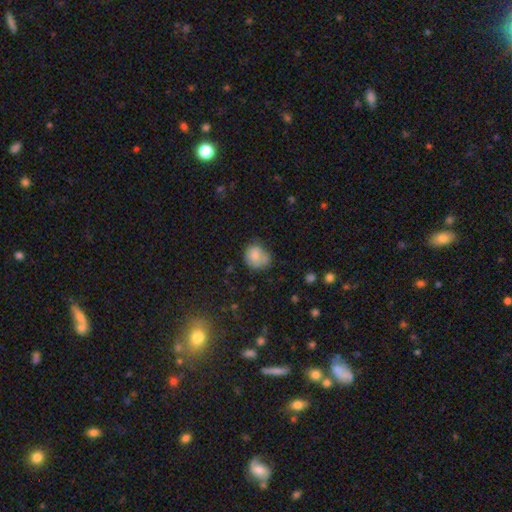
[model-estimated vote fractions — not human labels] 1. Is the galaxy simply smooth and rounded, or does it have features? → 79% smooth, 12% featured or disk, 9% star or artifact.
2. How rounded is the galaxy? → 69% round, 30% in between, 1% cigar-shaped.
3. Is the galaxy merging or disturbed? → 50% none, 28% minor disturbance, 11% merger, 10% major disturbance.